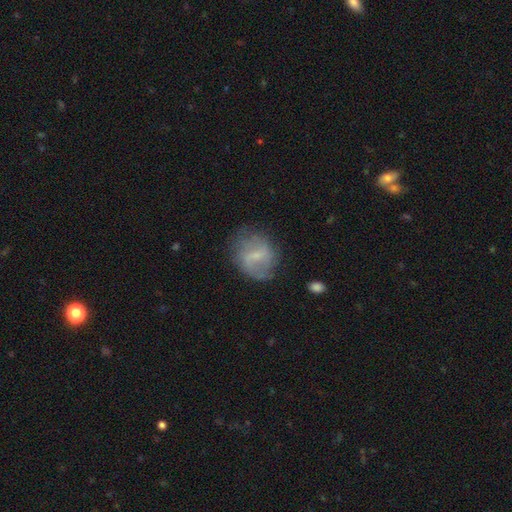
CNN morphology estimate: This appears to be a featured or disk galaxy (56%) with a weak bar (57%), spiral arms (67%) and a small central bulge (57%). Merging: none (64%).